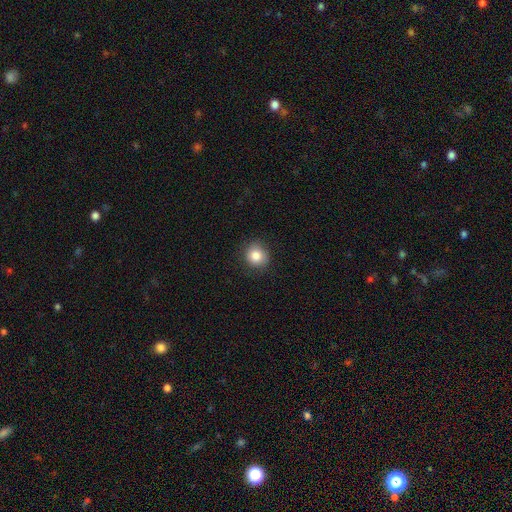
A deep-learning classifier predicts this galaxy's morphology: smooth 83%, star or artifact 10%, featured or disk 7%. Down the decision tree: how rounded — round (87%); merging — none (84%).